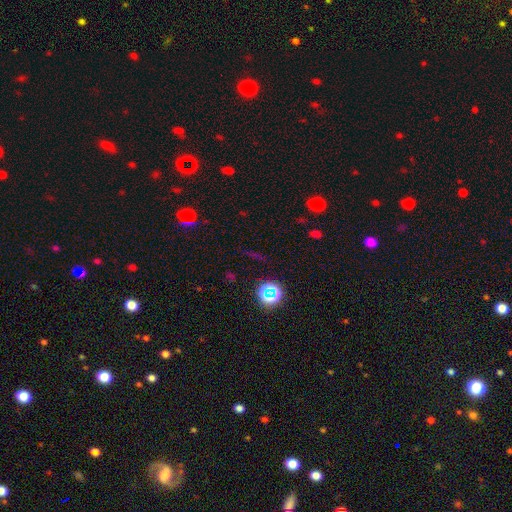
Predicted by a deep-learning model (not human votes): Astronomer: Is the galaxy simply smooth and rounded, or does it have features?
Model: star or artifact — 62%.